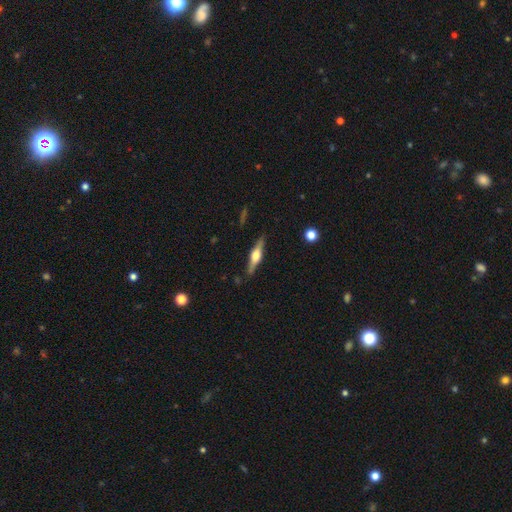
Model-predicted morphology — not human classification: Smooth or featured? featured or disk (67%)
Edge-on disk? yes (97%)
Edge-on bulge? rounded (90%)
Merging? none (87%)